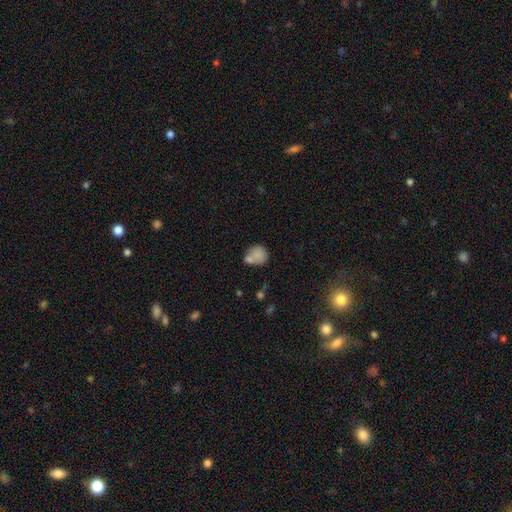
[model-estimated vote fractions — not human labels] Smooth or featured? Predicted: smooth (p=0.78). How rounded? Predicted: round (p=0.74). Merging? Predicted: none (p=0.44).